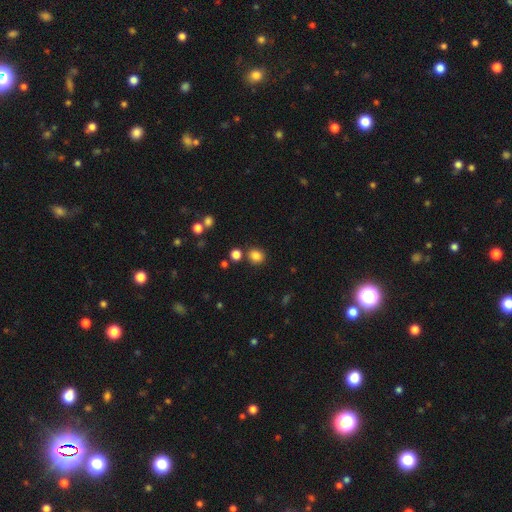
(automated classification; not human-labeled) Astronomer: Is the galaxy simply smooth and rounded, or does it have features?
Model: smooth — 83%.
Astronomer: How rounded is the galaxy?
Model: round — 78%.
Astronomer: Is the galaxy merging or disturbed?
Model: none — 82%.